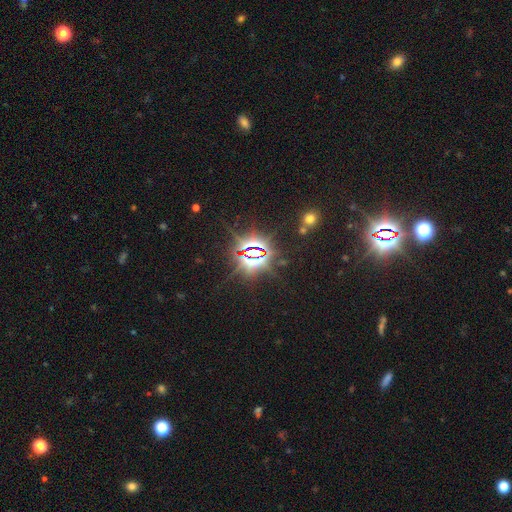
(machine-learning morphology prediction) smooth-or-featured: star or artifact: 85% | featured or disk: 8% | smooth: 7%